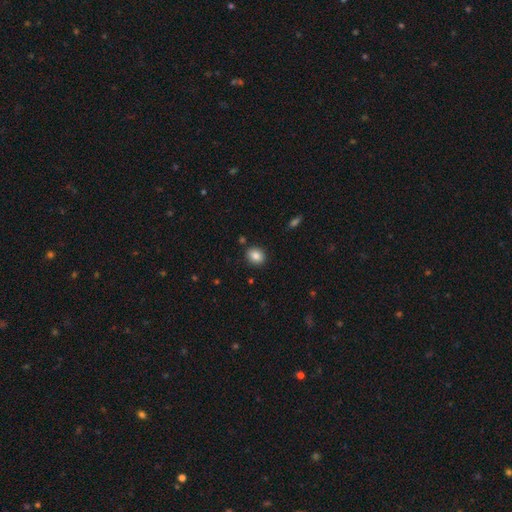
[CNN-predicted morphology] Overall: smooth (85%). How rounded: round (59%; in between 40%). Merging: none (89%).